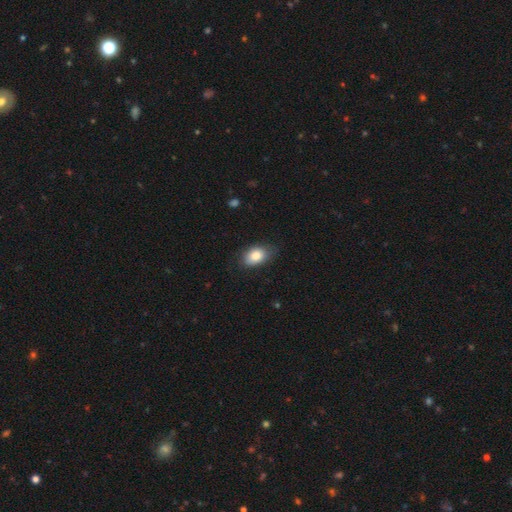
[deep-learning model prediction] Smooth or featured: smooth — 84% (featured or disk — 9%)
How rounded: in between — 87% (round — 11%)
Merging: none — 74% (minor disturbance — 21%)